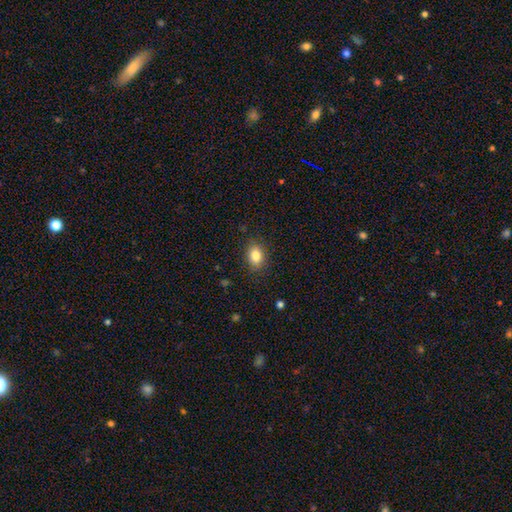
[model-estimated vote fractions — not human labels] Smooth or featured? Predicted: smooth (p=0.84). How rounded? Predicted: in between (p=0.76). Merging? Predicted: none (p=0.85).